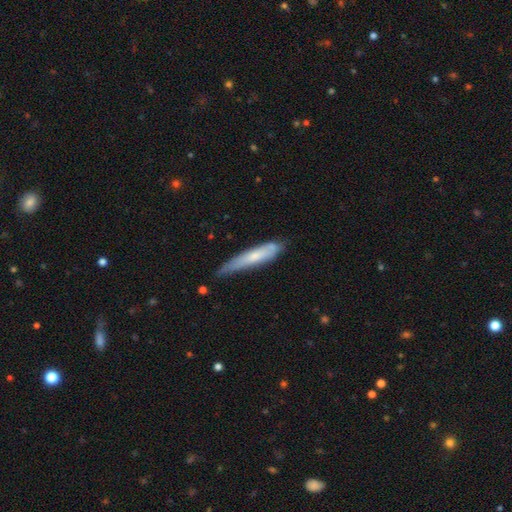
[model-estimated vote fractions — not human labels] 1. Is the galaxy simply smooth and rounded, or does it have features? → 59% smooth, 35% featured or disk, 6% star or artifact.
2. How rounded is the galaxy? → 88% cigar-shaped, 11% in between, 1% round.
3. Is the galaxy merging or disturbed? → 55% none, 34% minor disturbance, 8% major disturbance, 3% merger.